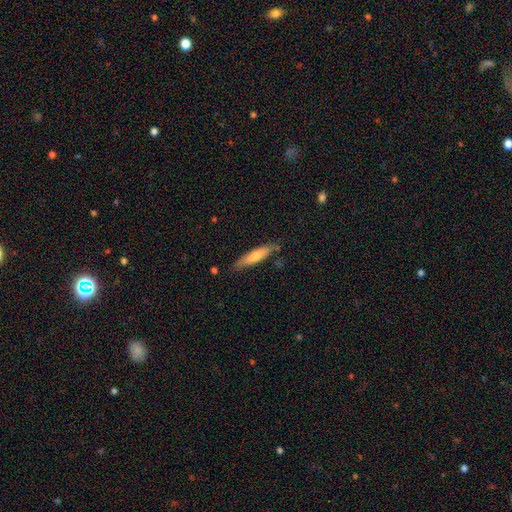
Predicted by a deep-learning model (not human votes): This is likely a smooth galaxy (61%). How rounded: clearly cigar-shaped (82%). Merging: likely none (80%).